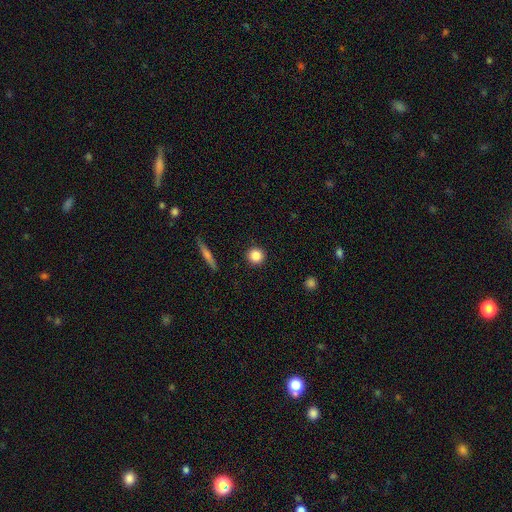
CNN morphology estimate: Q: Smooth or featured?
A: smooth (85%); runner-up: star or artifact (9%)
Q: How rounded?
A: round (94%); runner-up: in between (5%)
Q: Merging?
A: none (92%); runner-up: minor disturbance (5%)